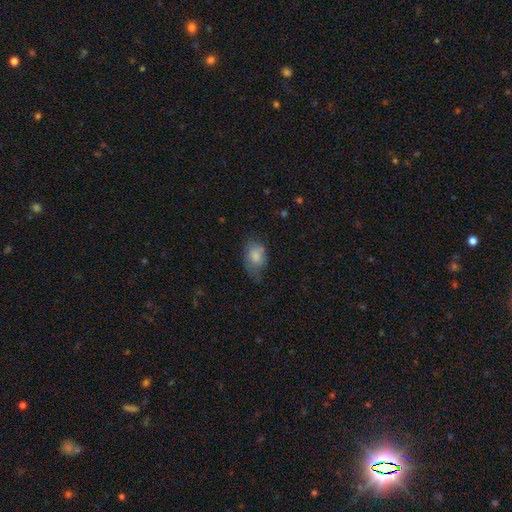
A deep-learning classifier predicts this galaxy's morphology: type=smooth (78%); roundness=in between (84%); merging=none (45%).